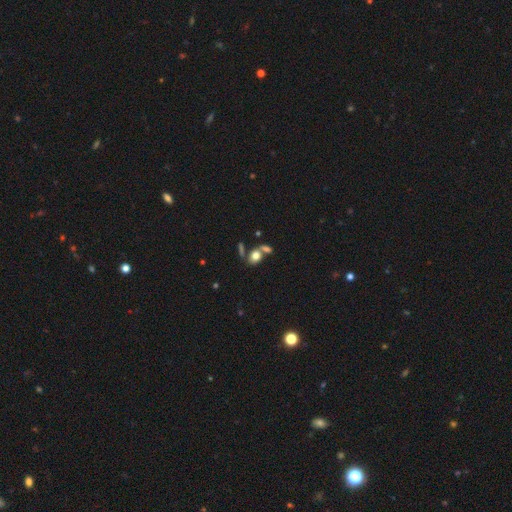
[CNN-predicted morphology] smooth-or-featured: smooth: 73% | featured or disk: 15% | star or artifact: 12%
  how-rounded: in between: 61% | round: 37% | cigar-shaped: 3%
  merging: none: 45% | merger: 37% | minor disturbance: 11% | major disturbance: 6%